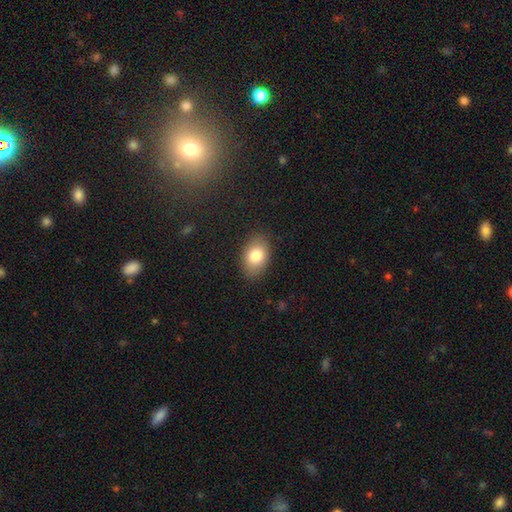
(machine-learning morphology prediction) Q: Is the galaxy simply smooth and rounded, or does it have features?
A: smooth — 82%.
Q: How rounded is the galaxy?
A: in between — 85%.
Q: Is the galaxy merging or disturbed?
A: none — 85%.